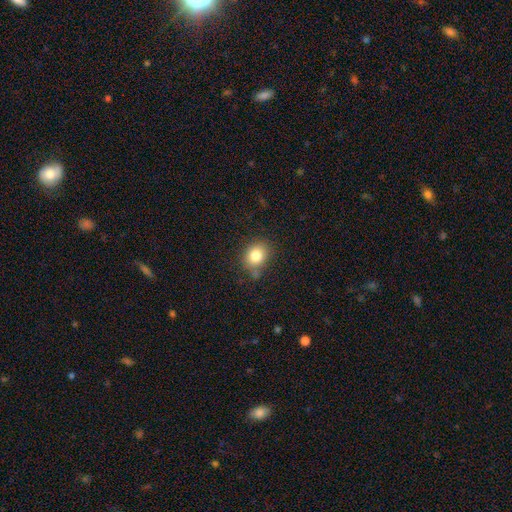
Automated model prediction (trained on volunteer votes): The model was most divided on "how rounded": round: 56%, in between: 43%, cigar-shaped: 1%. More confident: smooth or featured — smooth (82%); merging — none (74%).